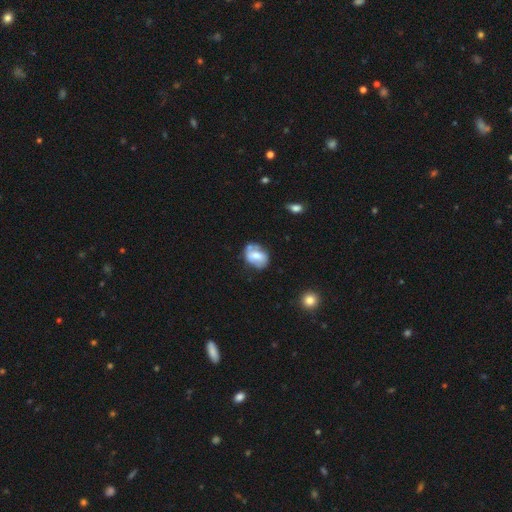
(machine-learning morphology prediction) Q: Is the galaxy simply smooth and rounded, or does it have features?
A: smooth — 53%.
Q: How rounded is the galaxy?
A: in between — 62%.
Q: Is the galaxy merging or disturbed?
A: none — 54%.